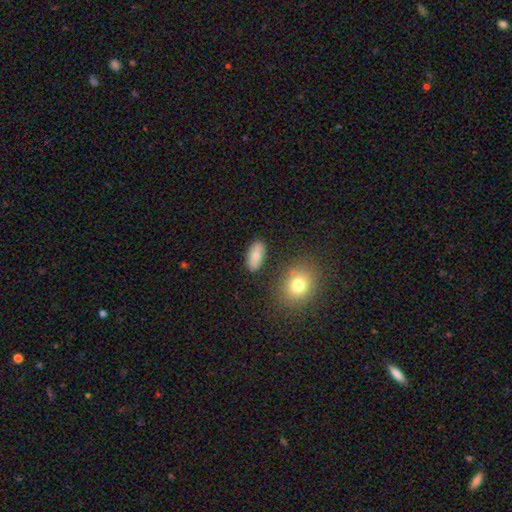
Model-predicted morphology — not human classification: type=smooth (76%); roundness=in between (84%); merging=none (82%).